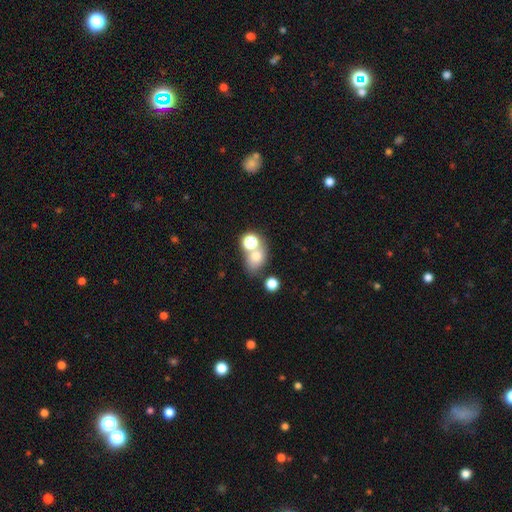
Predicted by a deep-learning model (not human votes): The model was most divided on "how rounded": in between: 51%, round: 47%, cigar-shaped: 1%. Remaining: smooth or featured — smooth (70%); merging — none (46%).